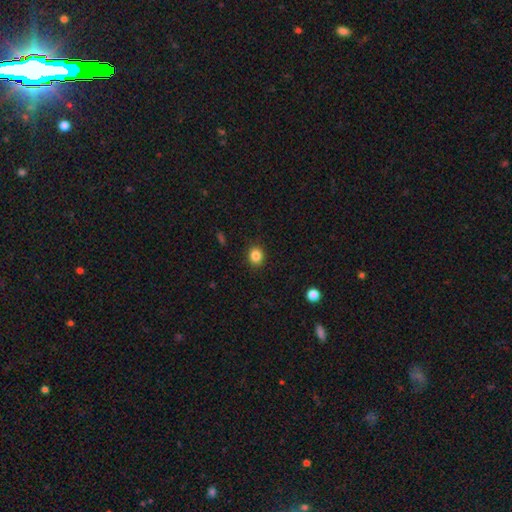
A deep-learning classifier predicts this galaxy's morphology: Smooth or featured?
  - smooth: 85% *
  - star or artifact: 11%
  - featured or disk: 4%
How rounded?
  - round: 73% *
  - in between: 26%
  - cigar-shaped: 1%
Merging?
  - none: 89% *
  - minor disturbance: 8%
  - major disturbance: 2%
  - merger: 1%